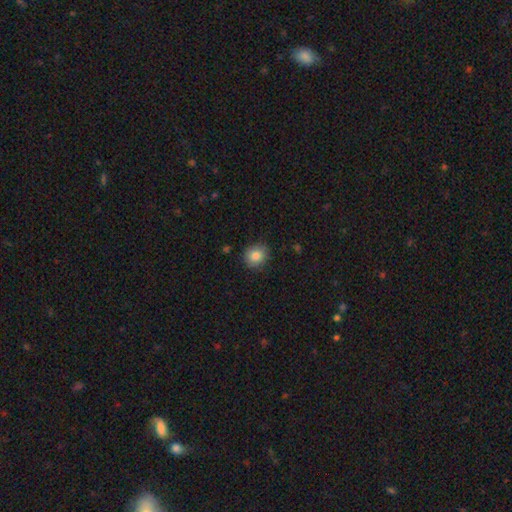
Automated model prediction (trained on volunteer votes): A smooth galaxy with no disk features (85%) that is round (79%). Merging: none (85%).